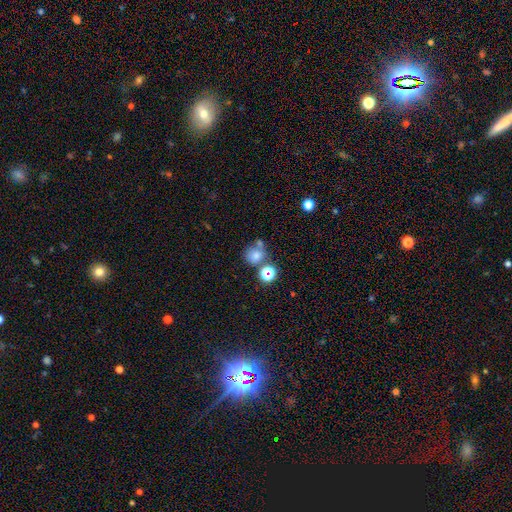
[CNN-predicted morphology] smooth 70%, star or artifact 18%, featured or disk 12%. Down the decision tree: how rounded — round (80%); merging — none (49%).